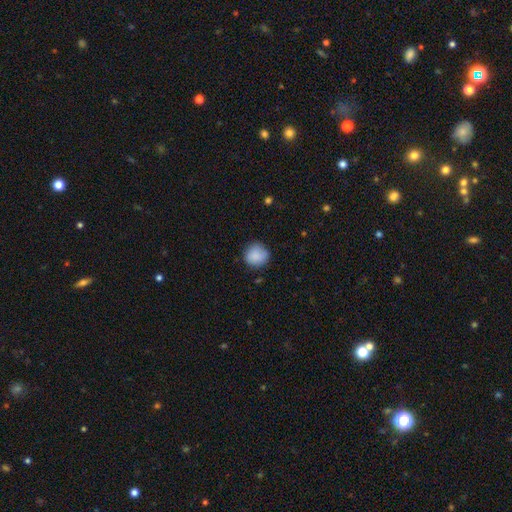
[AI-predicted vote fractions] Smooth or featured? smooth (87%)
How rounded? round (90%)
Merging? none (79%)